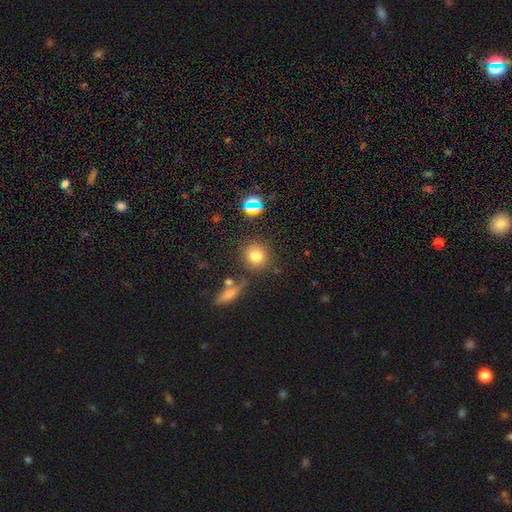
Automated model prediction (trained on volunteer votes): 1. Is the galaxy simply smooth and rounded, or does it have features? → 73% smooth, 17% star or artifact, 10% featured or disk.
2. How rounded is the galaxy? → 88% round, 10% in between, 2% cigar-shaped.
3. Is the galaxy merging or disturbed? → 81% none, 9% minor disturbance, 6% merger, 3% major disturbance.